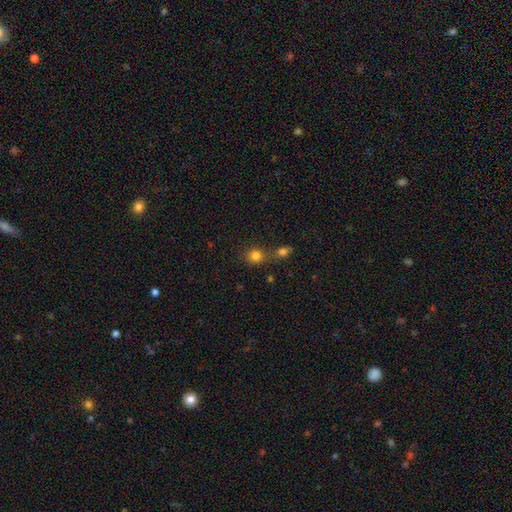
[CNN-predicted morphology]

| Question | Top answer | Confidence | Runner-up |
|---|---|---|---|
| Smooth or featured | smooth | 80% | star or artifact (13%) |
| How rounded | round | 80% | in between (19%) |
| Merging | none | 52% | merger (34%) |